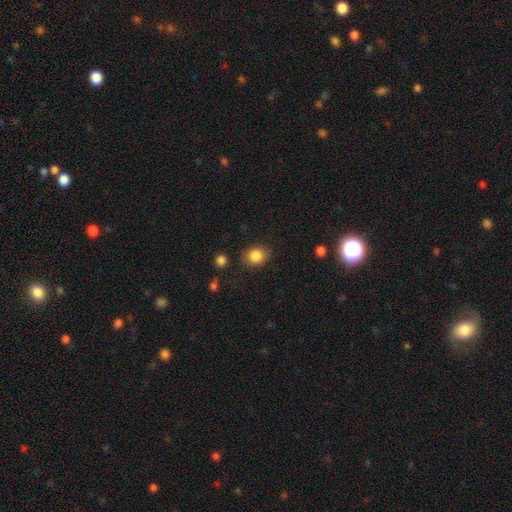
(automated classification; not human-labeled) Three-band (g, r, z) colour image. It shows a smooth galaxy with no disk features (85%) that is round (65%). Merging: none (82%).